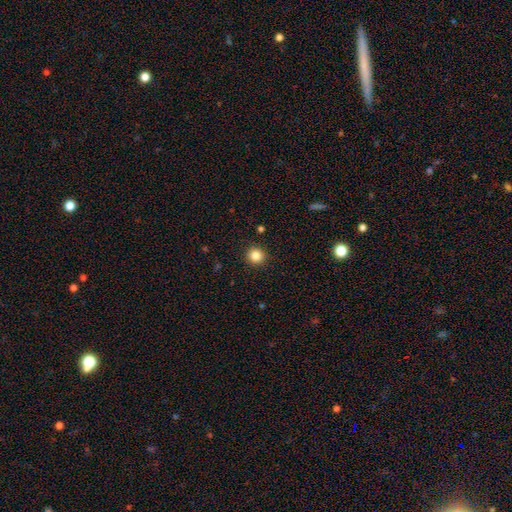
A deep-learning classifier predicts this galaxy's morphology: Overall: smooth (85%). How rounded: round (93%). Merging: none (92%).